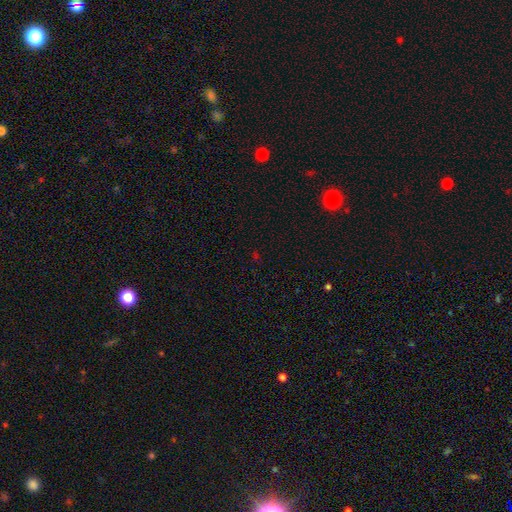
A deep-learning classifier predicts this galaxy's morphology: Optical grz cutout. It shows a star or artifact, not a galaxy (65%).